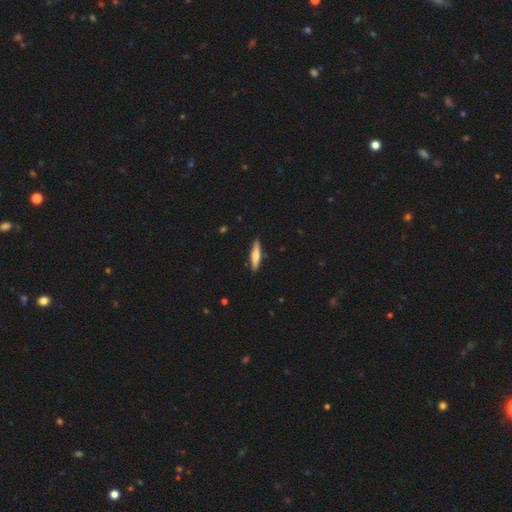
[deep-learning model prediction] This is possibly a smooth galaxy (56%). How rounded: clearly cigar-shaped (83%). Merging: clearly none (89%).